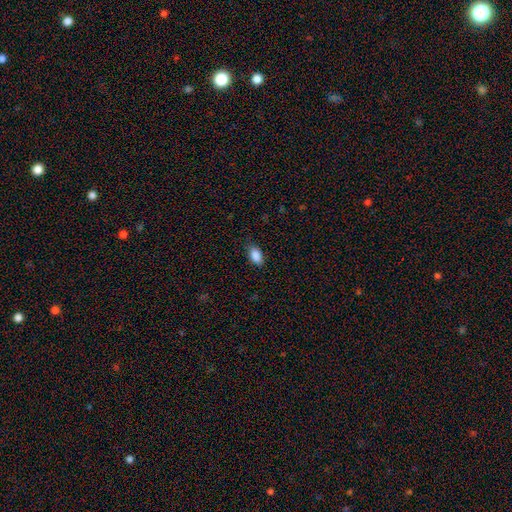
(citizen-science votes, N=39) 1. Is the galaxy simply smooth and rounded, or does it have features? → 92% smooth, 8% star or artifact, 0% featured or disk.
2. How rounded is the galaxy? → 89% in between, 8% round, 3% cigar-shaped.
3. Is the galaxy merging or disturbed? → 78% none, 22% minor disturbance, 0% major disturbance, 0% merger.